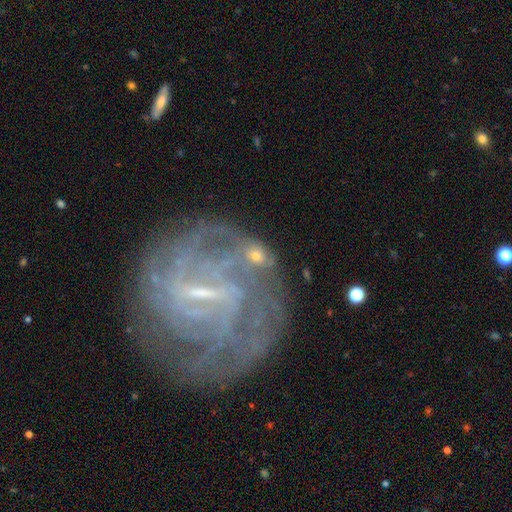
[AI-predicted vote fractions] Overall: featured or disk (62%; smooth 24%). Edge-on disk: no (93%). Bar: no (35%; strong 33%). Spiral arms: yes (70%). Bulge size: moderate (39%; small 36%). Merging: none (49%; merger 21%).